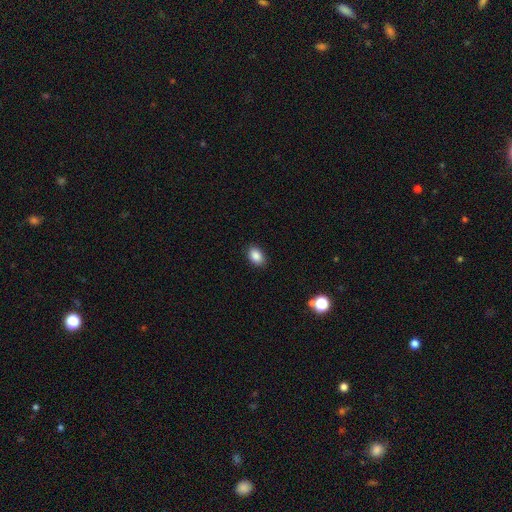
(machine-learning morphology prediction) smooth_or_featured: smooth (p=0.87) [alt: star or artifact p=0.09]
how_rounded: in between (p=0.81) [alt: round p=0.18]
merging: none (p=0.88) [alt: minor disturbance p=0.09]